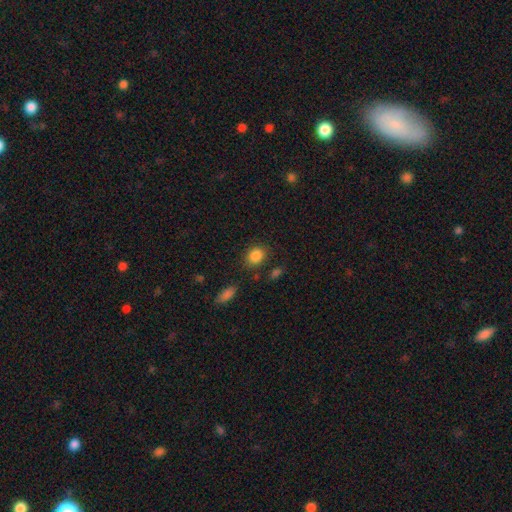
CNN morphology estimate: Smooth or featured: smooth — 86% (star or artifact — 9%)
How rounded: round — 52% (in between — 47%)
Merging: none — 80% (minor disturbance — 12%)